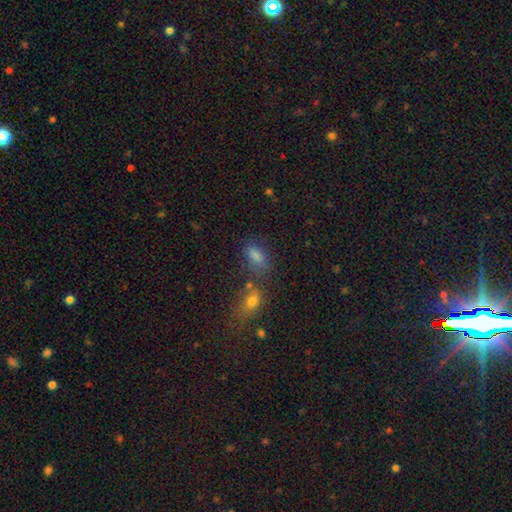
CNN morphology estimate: A smooth galaxy with no disk features (76%) that is in between round and cigar-shaped (83%).

Vote fractions:
- Smooth or featured? smooth: 76% / star or artifact: 15% / featured or disk: 9%
- How rounded? in between: 83% / cigar-shaped: 9% / round: 8%
- Merging? none: 57% / merger: 18% / minor disturbance: 17% / major disturbance: 8%